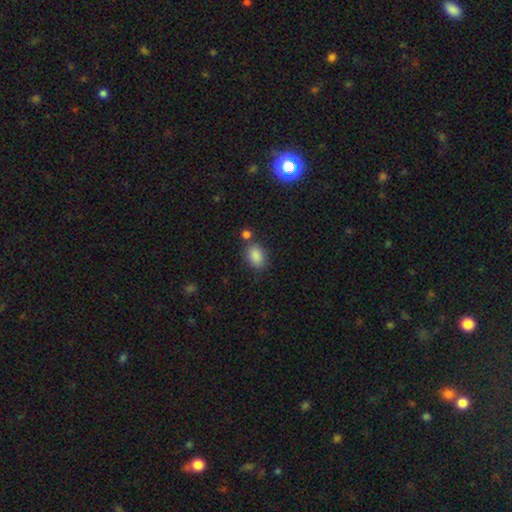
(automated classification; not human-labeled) Smooth or featured?
  - smooth: 87% *
  - star or artifact: 9%
  - featured or disk: 4%
How rounded?
  - in between: 80% *
  - round: 19%
  - cigar-shaped: 1%
Merging?
  - none: 70% *
  - minor disturbance: 14%
  - merger: 12%
  - major disturbance: 4%